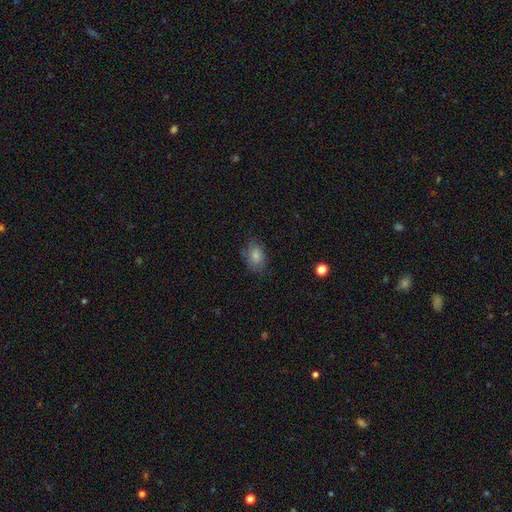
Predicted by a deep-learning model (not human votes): smooth-or-featured: smooth: 79% | featured or disk: 13% | star or artifact: 8%
  how-rounded: in between: 83% | round: 15% | cigar-shaped: 2%
  merging: none: 68% | minor disturbance: 23% | major disturbance: 7% | merger: 2%